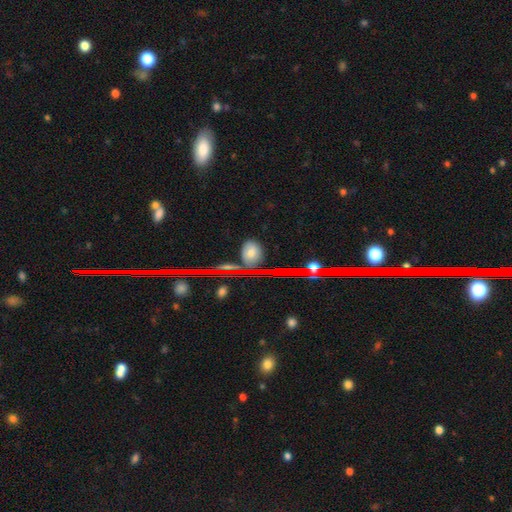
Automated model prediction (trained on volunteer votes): Smooth or featured?
  - star or artifact: 72% *
  - featured or disk: 16%
  - smooth: 12%